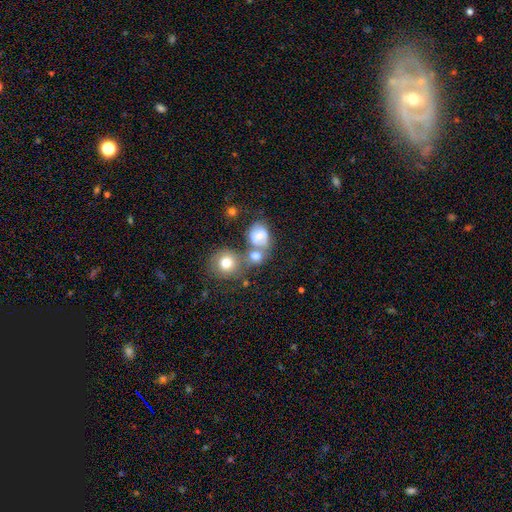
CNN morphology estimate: The model was most divided on "merging": none: 44%, merger: 35%, minor disturbance: 13%, major disturbance: 8%. More confident: how rounded — round (69%); smooth or featured — smooth (68%).